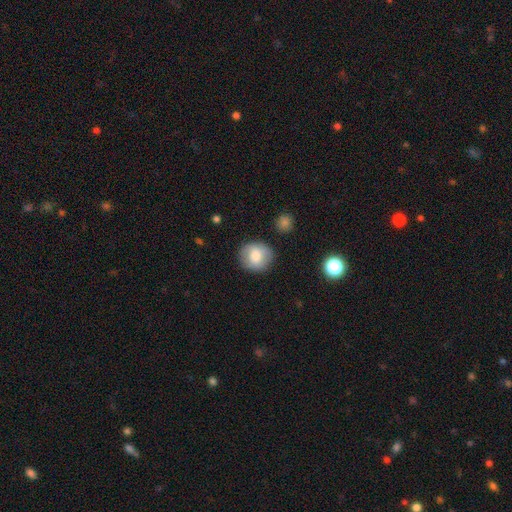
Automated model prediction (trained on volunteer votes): A smooth galaxy with no disk features (74%) that is round (83%). Merging: none (84%).